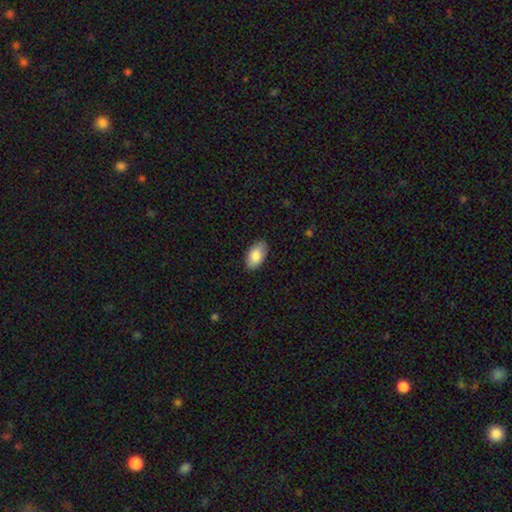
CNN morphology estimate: A smooth galaxy with no disk features (85%) that is in between round and cigar-shaped (95%). Merging: none (86%).